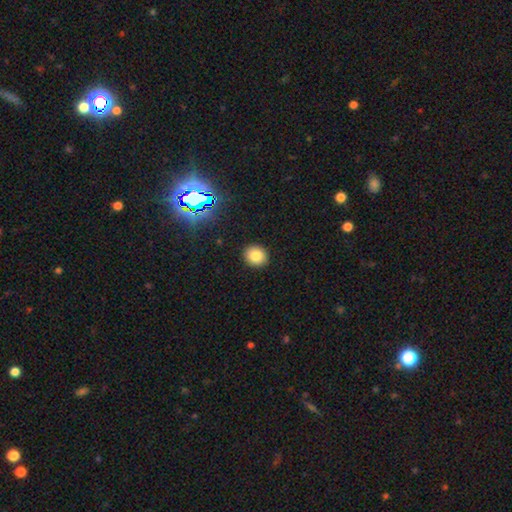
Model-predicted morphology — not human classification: smooth_or_featured: smooth (p=0.81) [alt: star or artifact p=0.13]
how_rounded: round (p=0.77) [alt: in between p=0.22]
merging: none (p=0.91) [alt: minor disturbance p=0.06]